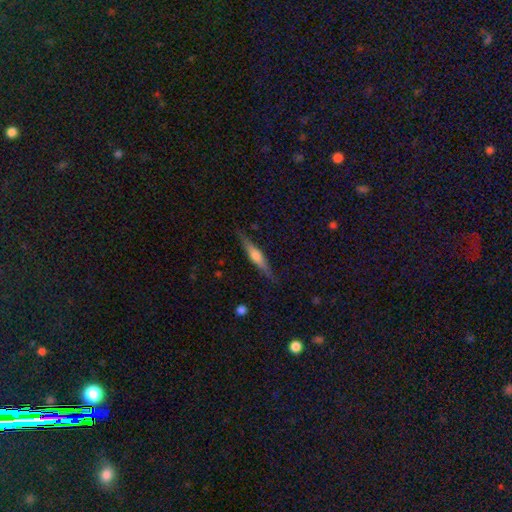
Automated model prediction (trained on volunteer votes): Smooth or featured? featured or disk (56%)
Edge-on disk? yes (95%)
Edge-on bulge? rounded (78%)
Merging? none (84%)